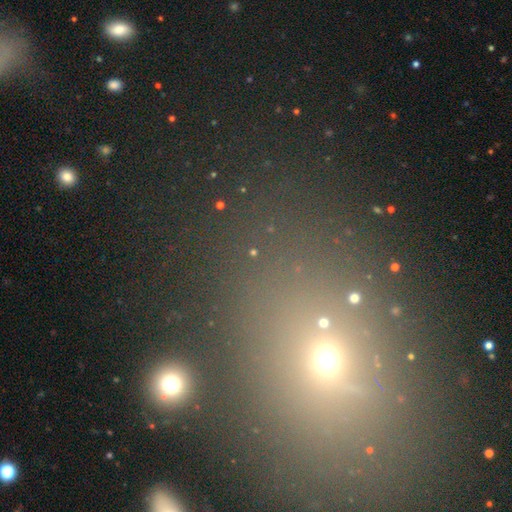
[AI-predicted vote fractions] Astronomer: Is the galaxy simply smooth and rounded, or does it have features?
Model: smooth — 45% (runner-up: star or artifact, 42%).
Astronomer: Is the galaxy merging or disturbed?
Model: none — 77%.